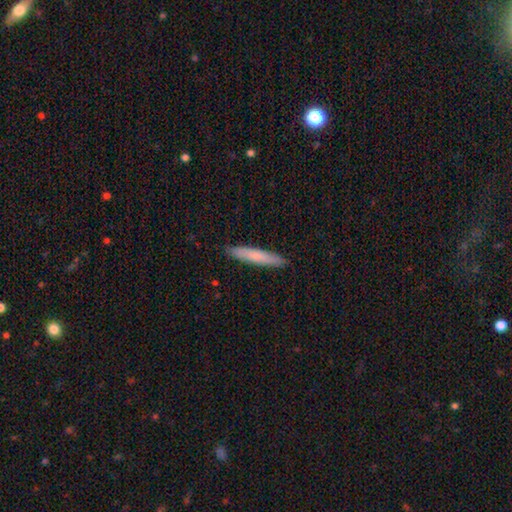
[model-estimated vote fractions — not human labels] Smooth or featured? Predicted: smooth (p=0.75). How rounded? Predicted: cigar-shaped (p=0.94). Merging? Predicted: none (p=0.91).